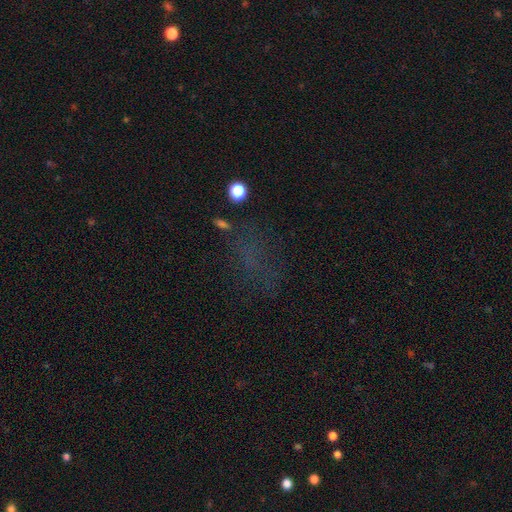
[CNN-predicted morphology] type=star or artifact (42%).